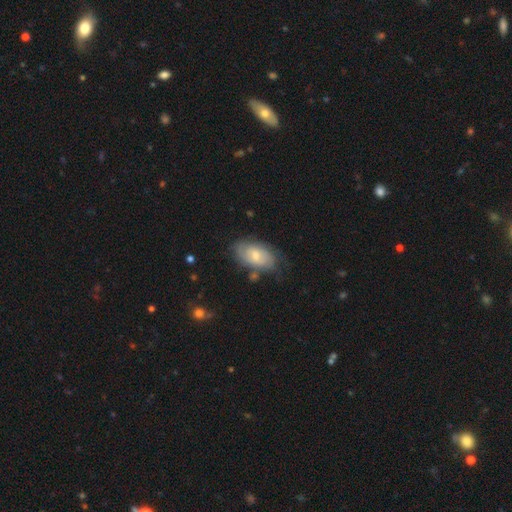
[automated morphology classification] This appears to be a smooth galaxy with no disk features (52%) that is in between round and cigar-shaped (92%). Merging: none (65%).